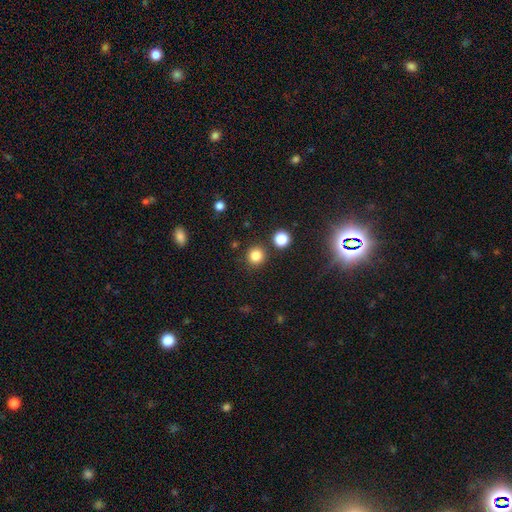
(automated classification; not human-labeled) smooth_or_featured: smooth (p=0.82) [alt: star or artifact p=0.13]
how_rounded: round (p=0.92) [alt: in between p=0.07]
merging: none (p=0.85) [alt: minor disturbance p=0.07]